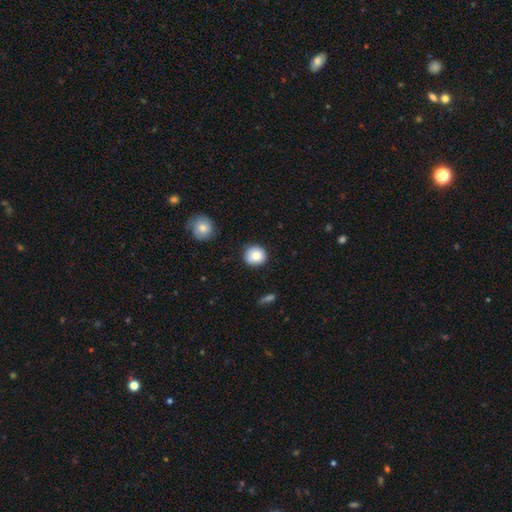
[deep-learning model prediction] smooth 83%, featured or disk 9%, star or artifact 8%. Down the decision tree: how rounded — round (91%); merging — none (86%).